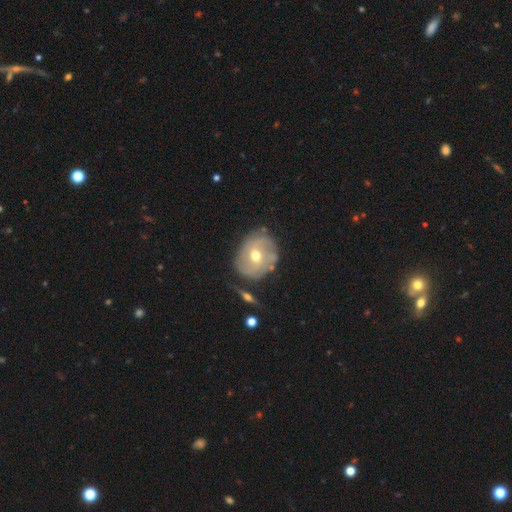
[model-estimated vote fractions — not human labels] The model was most divided on "bar": no: 56%, weak: 34%, strong: 10%. More confident: edge-on disk — no (95%); spiral arms — yes (71%); bulge size — moderate (69%); merging — none (68%); smooth or featured — featured or disk (65%).